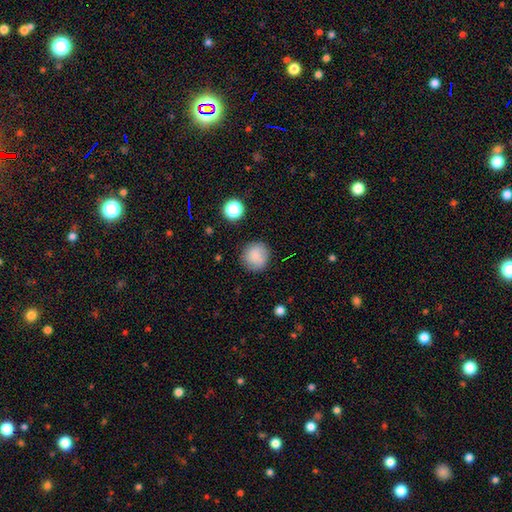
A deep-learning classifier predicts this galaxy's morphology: Smooth or featured? smooth (83%)
How rounded? round (93%)
Merging? none (85%)